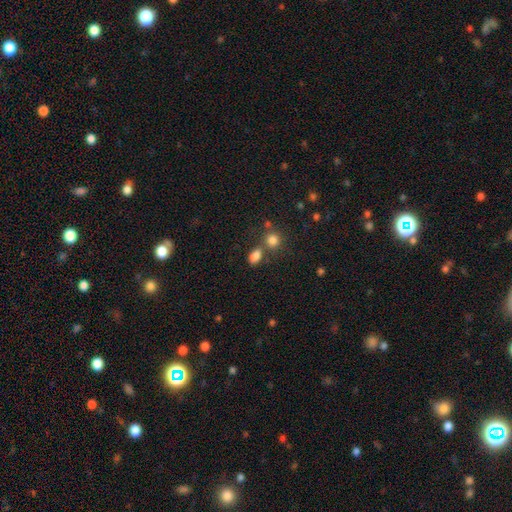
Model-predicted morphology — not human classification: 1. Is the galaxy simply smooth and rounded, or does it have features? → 83% smooth, 12% star or artifact, 5% featured or disk.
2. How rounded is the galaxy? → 81% in between, 17% round, 2% cigar-shaped.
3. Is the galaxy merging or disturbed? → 55% none, 27% merger, 13% minor disturbance, 5% major disturbance.